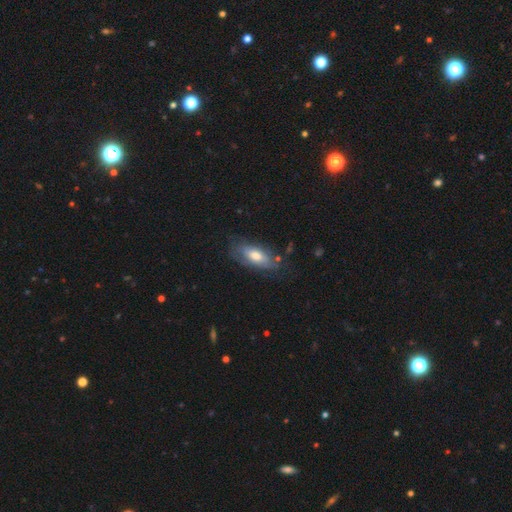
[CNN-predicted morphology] A smooth galaxy with no disk features (55%) that is in between round and cigar-shaped (84%). Merging: none (63%).